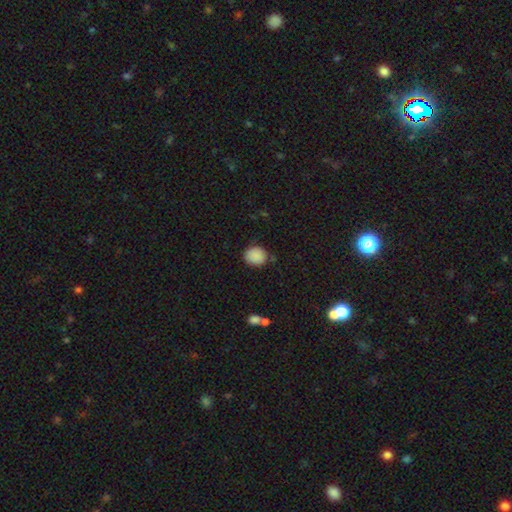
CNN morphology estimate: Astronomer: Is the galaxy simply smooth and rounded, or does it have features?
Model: smooth — 88%.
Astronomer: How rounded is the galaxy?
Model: round — 68%.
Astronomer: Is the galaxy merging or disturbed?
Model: none — 75%.